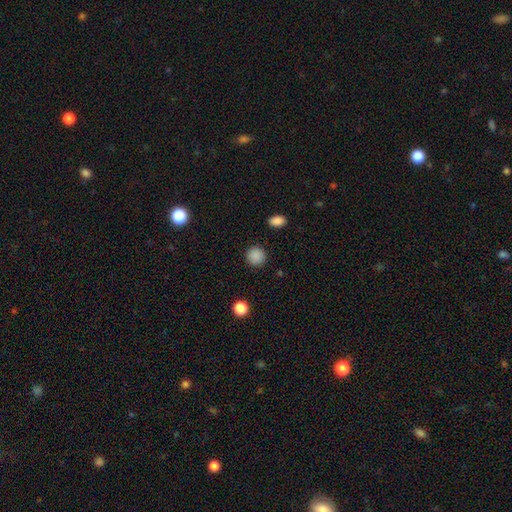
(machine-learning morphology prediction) Smooth or featured?
  - smooth: 88% *
  - star or artifact: 10%
  - featured or disk: 3%
How rounded?
  - round: 93% *
  - in between: 6%
  - cigar-shaped: 1%
Merging?
  - none: 91% *
  - minor disturbance: 6%
  - major disturbance: 2%
  - merger: 1%